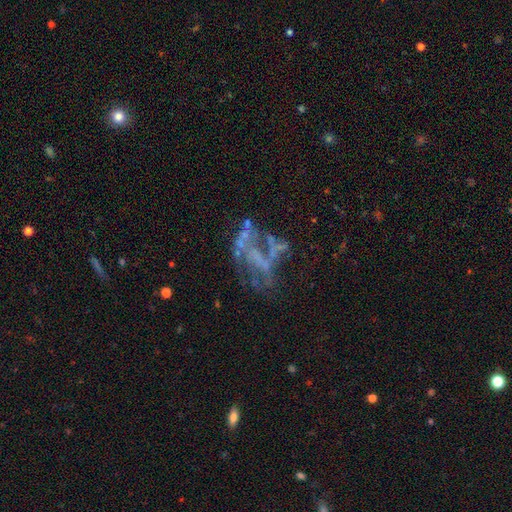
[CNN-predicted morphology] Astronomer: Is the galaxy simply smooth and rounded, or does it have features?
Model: featured or disk — 59%.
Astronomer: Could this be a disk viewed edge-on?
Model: no — 96%.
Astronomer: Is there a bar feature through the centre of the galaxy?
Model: no — 80%.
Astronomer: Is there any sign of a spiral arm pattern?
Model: no — 78%.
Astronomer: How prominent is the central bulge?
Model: none — 81%.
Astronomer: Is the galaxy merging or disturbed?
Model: none — 38% (runner-up: major disturbance, 35%).